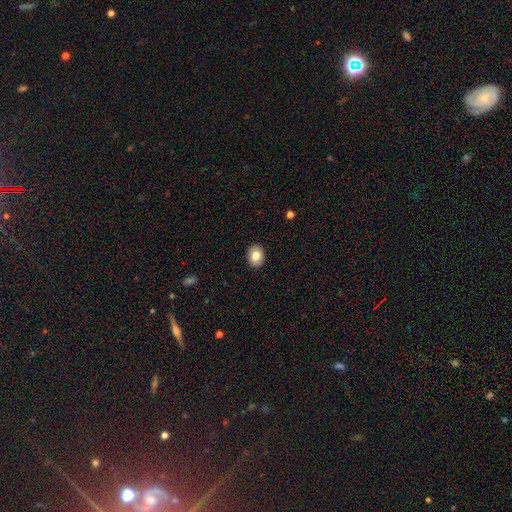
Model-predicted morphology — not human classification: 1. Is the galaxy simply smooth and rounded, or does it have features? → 79% smooth, 13% featured or disk, 8% star or artifact.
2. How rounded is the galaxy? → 54% in between, 45% round, 1% cigar-shaped.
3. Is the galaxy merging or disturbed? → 91% none, 6% minor disturbance, 2% major disturbance, 1% merger.